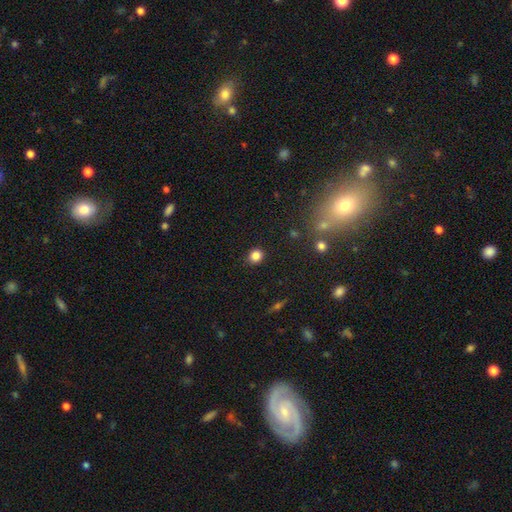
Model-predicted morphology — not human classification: A smooth galaxy with no disk features (84%) that is round (78%). Merging: none (88%).